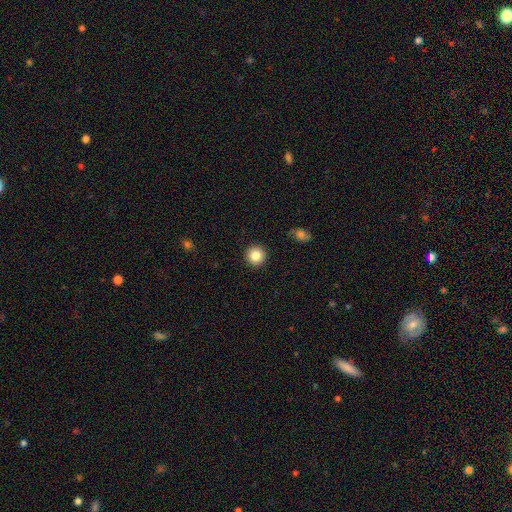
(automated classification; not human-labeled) A smooth galaxy with no disk features (85%) that is round (95%). Merging: none (92%).